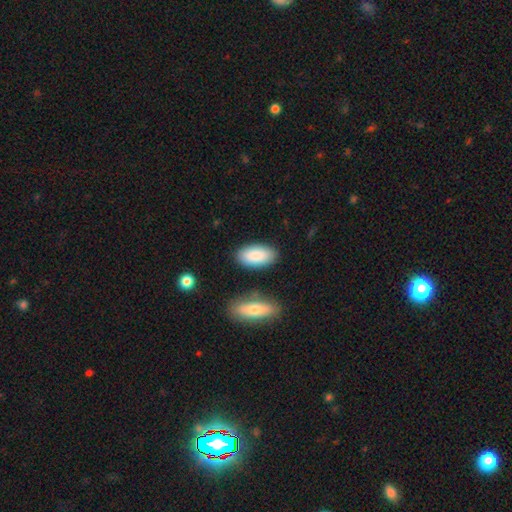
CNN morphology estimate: Overall: smooth (87%). How rounded: in between (93%). Merging: none (82%).